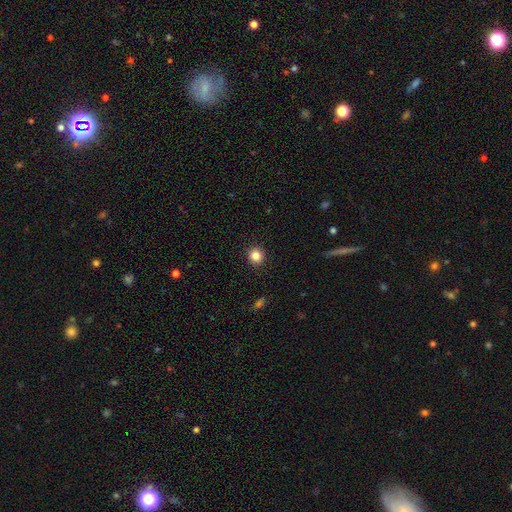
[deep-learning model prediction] The model was most divided on "smooth or featured": smooth: 84%, star or artifact: 11%, featured or disk: 5%. More confident: merging — none (93%); how rounded — round (91%).